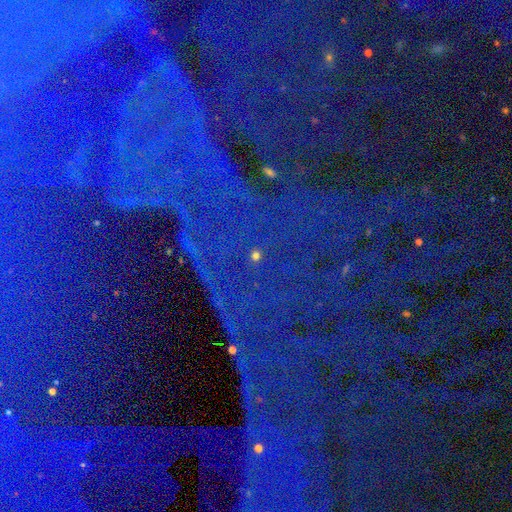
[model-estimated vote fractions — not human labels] Smooth or featured?
  - star or artifact: 83% *
  - smooth: 9%
  - featured or disk: 8%